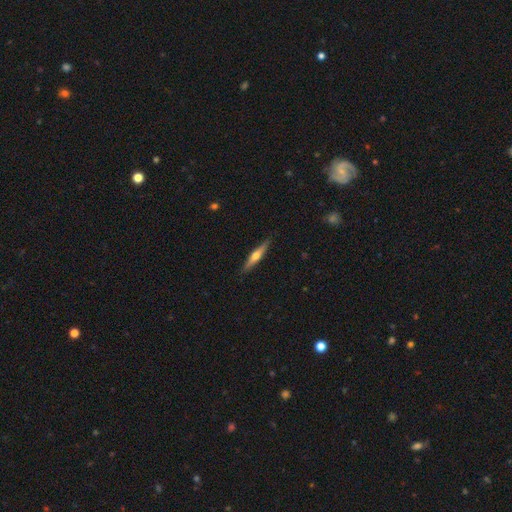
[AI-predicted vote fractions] smooth_or_featured: featured or disk (p=0.59) [alt: smooth p=0.35]
disk_edge_on: yes (p=0.96) [alt: no p=0.04]
edge_on_bulge: rounded (p=0.91) [alt: none p=0.05]
merging: none (p=0.89) [alt: minor disturbance p=0.08]